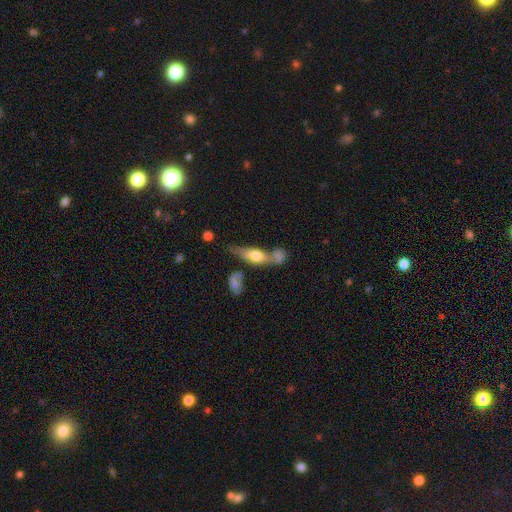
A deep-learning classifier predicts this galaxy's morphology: This appears to be a featured or disk galaxy (47%). Merging: merger (38%).